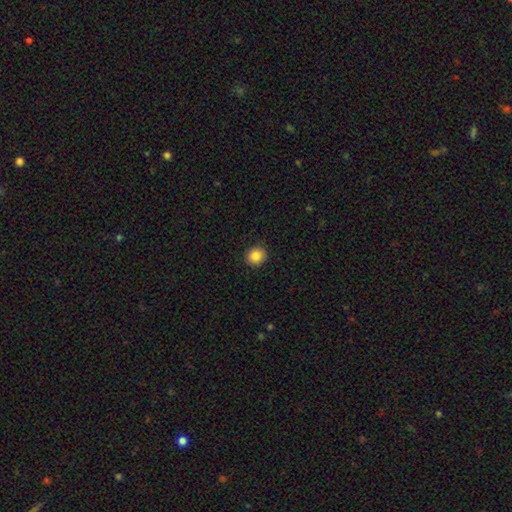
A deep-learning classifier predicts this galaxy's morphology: A smooth galaxy with no disk features (86%) that is round (78%). Merging: none (90%).